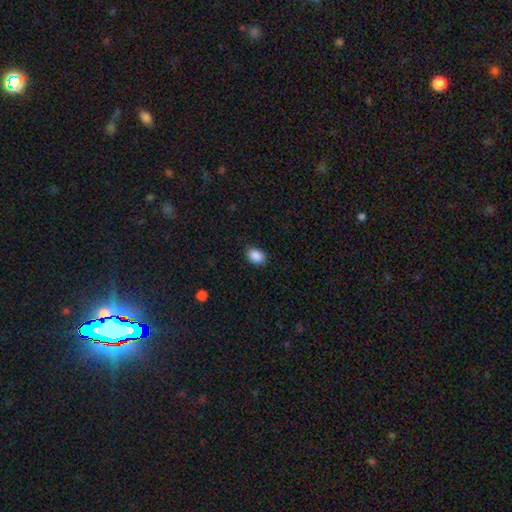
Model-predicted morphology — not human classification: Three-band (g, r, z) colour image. It shows a smooth galaxy with no disk features (89%) that is in between round and cigar-shaped (80%). Merging: none (87%).